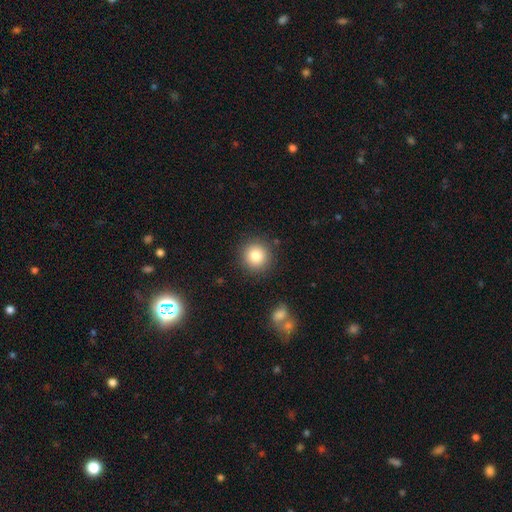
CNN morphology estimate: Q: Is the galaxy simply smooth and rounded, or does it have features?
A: smooth — 82%.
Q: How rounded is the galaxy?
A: round — 93%.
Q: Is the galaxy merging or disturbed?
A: none — 89%.